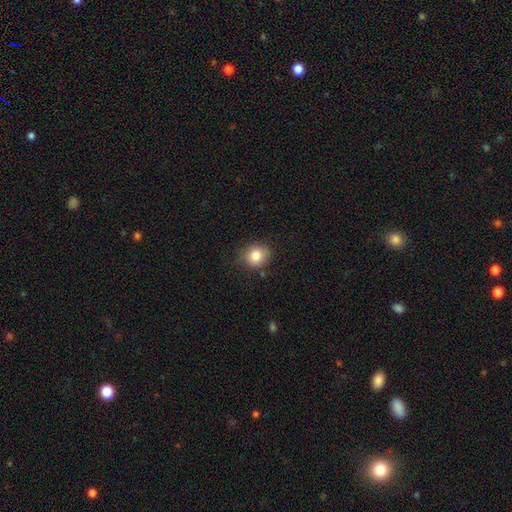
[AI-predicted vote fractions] Smooth or featured? Predicted: smooth (p=0.82). How rounded? Predicted: round (p=0.78). Merging? Predicted: none (p=0.81).